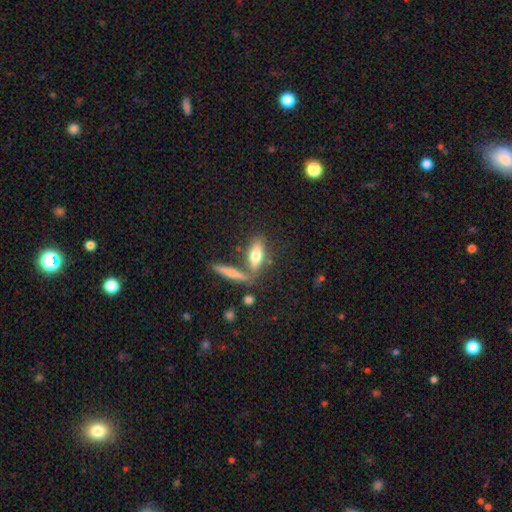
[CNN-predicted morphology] Overall: smooth (65%; featured or disk 27%). How rounded: in between (61%; cigar-shaped 35%). Merging: none (58%; merger 24%).